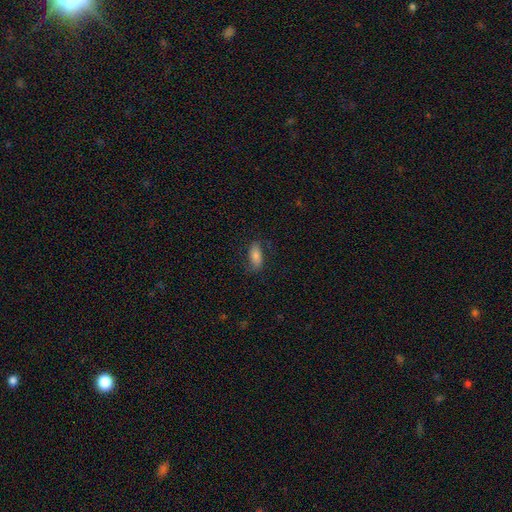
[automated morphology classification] Smooth or featured: smooth — 67% (featured or disk — 23%)
How rounded: in between — 75% (cigar-shaped — 22%)
Merging: none — 76% (minor disturbance — 17%)